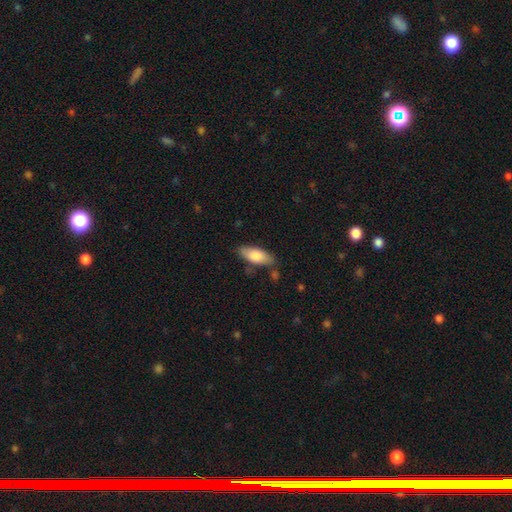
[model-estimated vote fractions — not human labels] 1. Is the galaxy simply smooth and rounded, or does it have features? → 80% smooth, 14% featured or disk, 6% star or artifact.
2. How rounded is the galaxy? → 79% in between, 19% cigar-shaped, 2% round.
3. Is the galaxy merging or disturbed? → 74% none, 18% minor disturbance, 4% merger, 4% major disturbance.